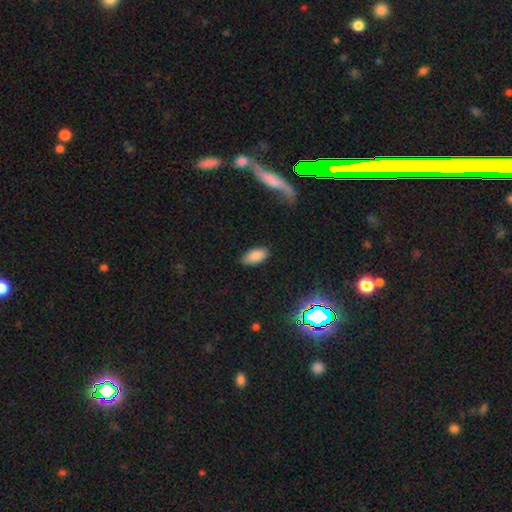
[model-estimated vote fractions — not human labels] The model was most divided on "merging": none: 83%, minor disturbance: 13%, major disturbance: 3%, merger: 1%. More confident: how rounded — in between (93%); smooth or featured — smooth (85%).